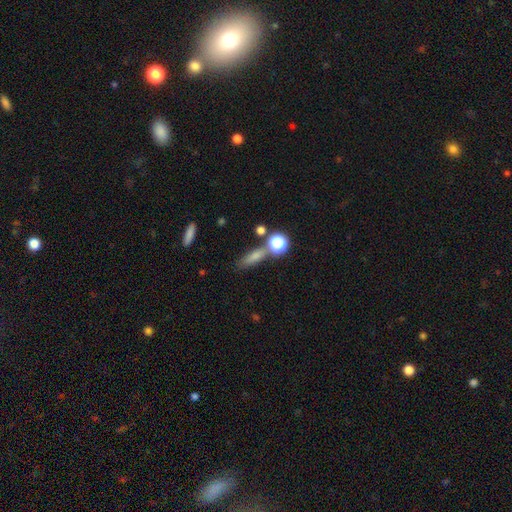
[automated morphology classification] Smooth or featured? smooth (70%)
How rounded? cigar-shaped (50%)
Merging? none (62%)